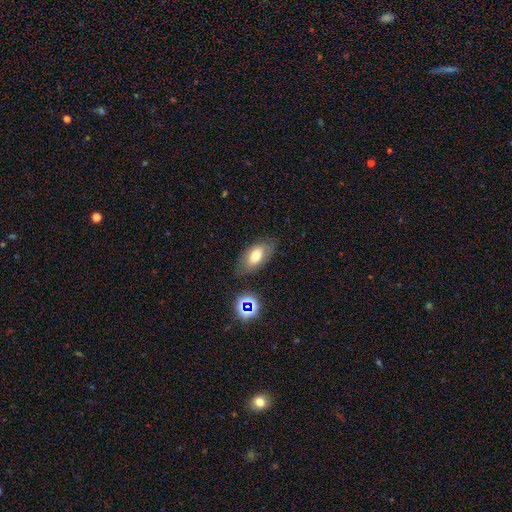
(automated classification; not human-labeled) A smooth galaxy with no disk features (68%) that is in between round and cigar-shaped (89%).

Vote fractions:
- Smooth or featured? smooth: 68% / featured or disk: 20% / star or artifact: 11%
- How rounded? in between: 89% / round: 6% / cigar-shaped: 5%
- Merging? none: 75% / minor disturbance: 17% / major disturbance: 5% / merger: 3%